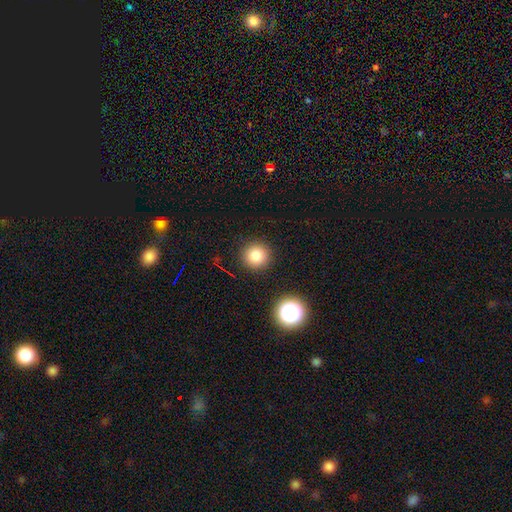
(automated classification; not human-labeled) Overall: smooth (83%). How rounded: round (95%). Merging: none (90%).